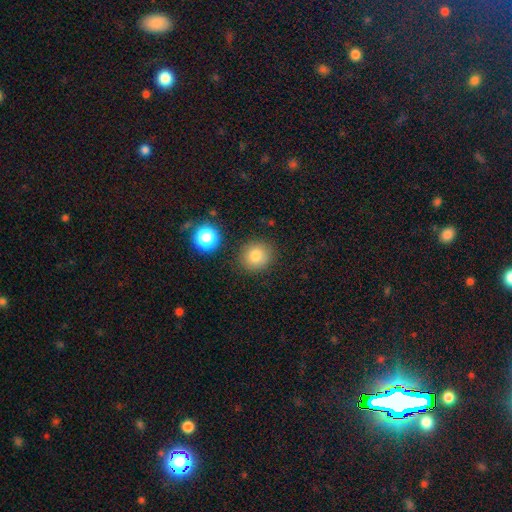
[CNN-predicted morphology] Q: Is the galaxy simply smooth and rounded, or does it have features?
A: smooth — 80%.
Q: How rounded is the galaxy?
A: round — 89%.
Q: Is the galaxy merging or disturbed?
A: none — 87%.